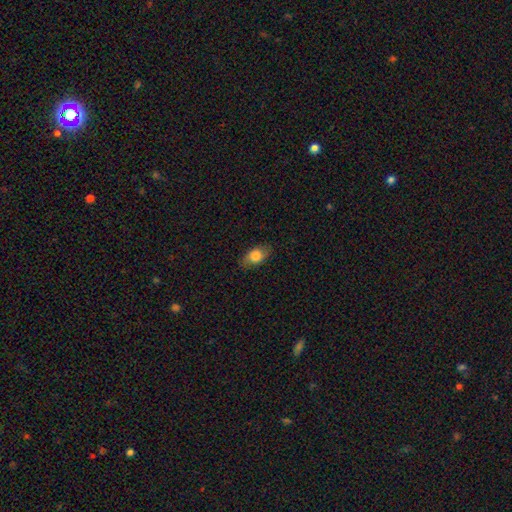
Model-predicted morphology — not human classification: smooth-or-featured: smooth: 76% | featured or disk: 17% | star or artifact: 8%
  how-rounded: in between: 86% | round: 10% | cigar-shaped: 4%
  merging: none: 80% | minor disturbance: 15% | major disturbance: 4% | merger: 1%